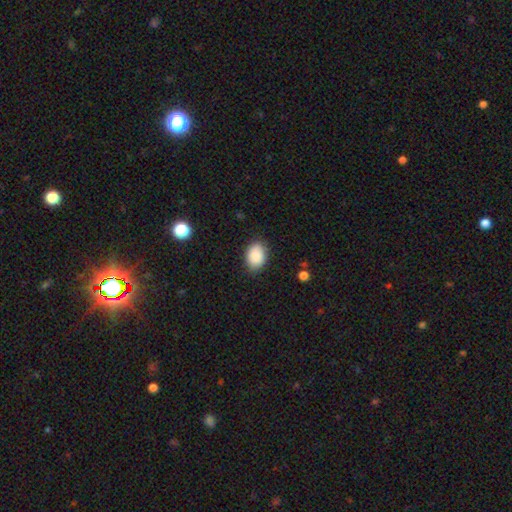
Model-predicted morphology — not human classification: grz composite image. It shows a smooth galaxy with no disk features (88%) that is in between round and cigar-shaped (79%). Merging: none (84%).